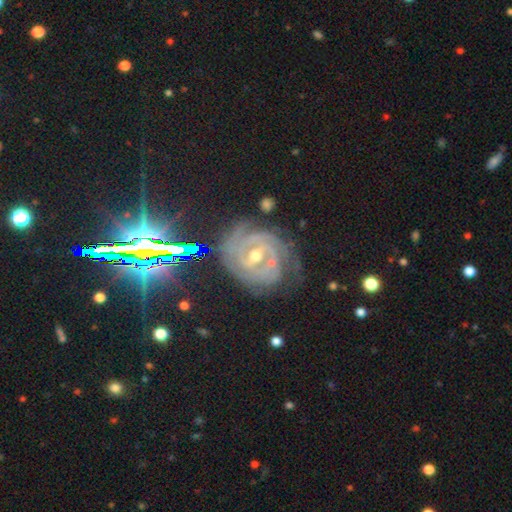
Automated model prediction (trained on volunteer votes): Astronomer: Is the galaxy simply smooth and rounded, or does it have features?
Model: featured or disk — 85%.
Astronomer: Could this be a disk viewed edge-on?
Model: no — 97%.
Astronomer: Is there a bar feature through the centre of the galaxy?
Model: weak — 46% (runner-up: no, 27%).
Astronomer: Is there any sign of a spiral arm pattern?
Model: yes — 96%.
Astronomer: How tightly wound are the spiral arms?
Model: tight — 73%.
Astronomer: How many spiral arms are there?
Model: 2 — 27%, tied with 3 at 27%.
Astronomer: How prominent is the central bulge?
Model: moderate — 61%.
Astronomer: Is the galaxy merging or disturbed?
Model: none — 65%.